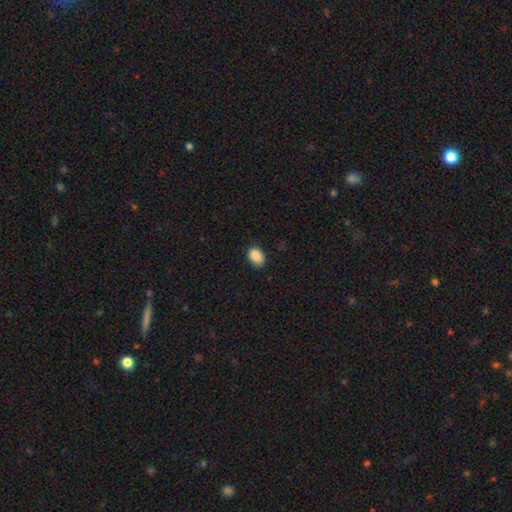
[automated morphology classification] A smooth galaxy with no disk features (89%) that is in between round and cigar-shaped (75%).

Vote fractions:
- Smooth or featured? smooth: 89% / star or artifact: 8% / featured or disk: 3%
- How rounded? in between: 75% / round: 24% / cigar-shaped: 1%
- Merging? none: 83% / minor disturbance: 14% / major disturbance: 2% / merger: 1%